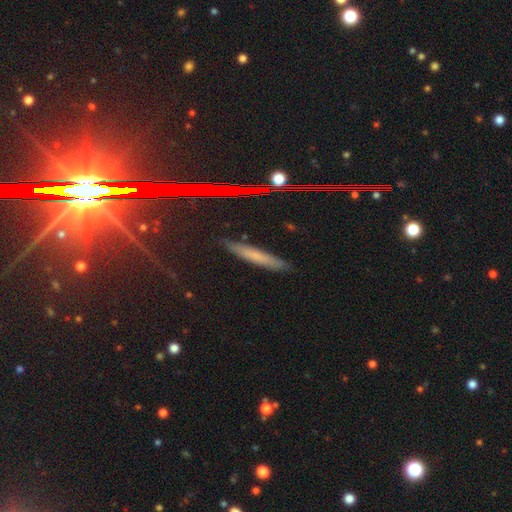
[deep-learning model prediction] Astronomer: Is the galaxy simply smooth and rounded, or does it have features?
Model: smooth — 54% (runner-up: featured or disk, 32%).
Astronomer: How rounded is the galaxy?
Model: cigar-shaped — 91%.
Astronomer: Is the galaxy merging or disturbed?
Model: none — 86%.